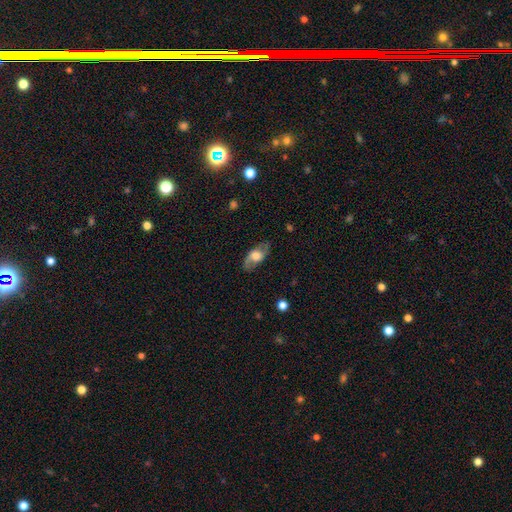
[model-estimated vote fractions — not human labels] The model was most divided on "smooth or featured": featured or disk: 54%, smooth: 39%, star or artifact: 7%. More confident: edge-on disk — no (80%); merging — none (78%).